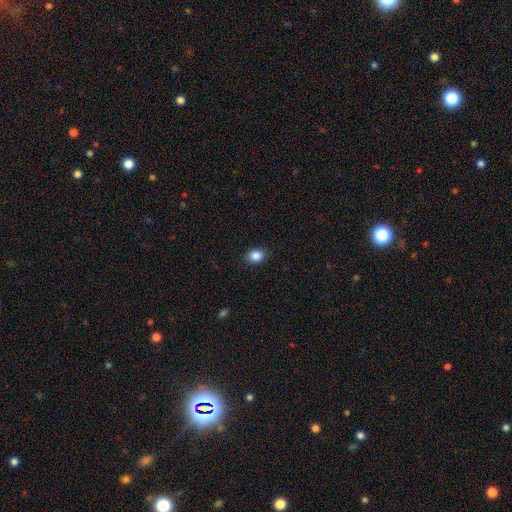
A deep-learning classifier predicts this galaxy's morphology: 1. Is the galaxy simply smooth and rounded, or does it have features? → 87% smooth, 10% star or artifact, 4% featured or disk.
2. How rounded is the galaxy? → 57% round, 42% in between, 1% cigar-shaped.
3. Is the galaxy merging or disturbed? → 88% none, 9% minor disturbance, 2% major disturbance, 1% merger.